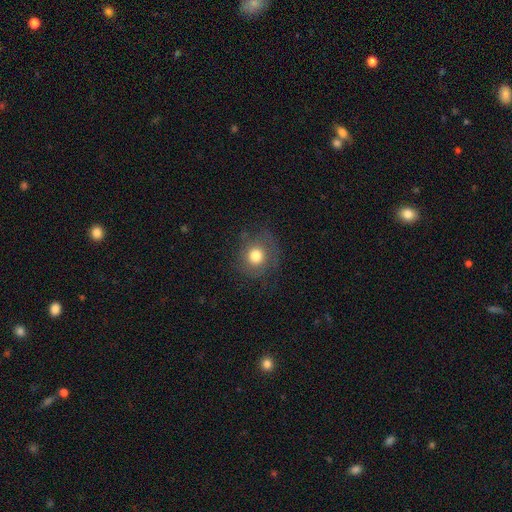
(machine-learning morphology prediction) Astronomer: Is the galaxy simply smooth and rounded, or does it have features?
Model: smooth — 72%.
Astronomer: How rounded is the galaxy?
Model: round — 87%.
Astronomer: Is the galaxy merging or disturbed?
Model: none — 72%.